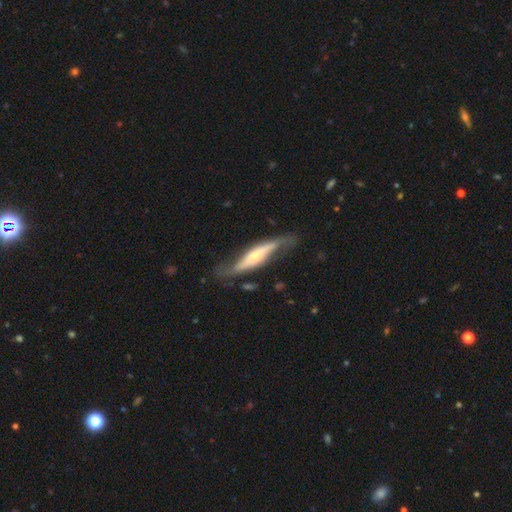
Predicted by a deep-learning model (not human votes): featured or disk 72%, smooth 23%, star or artifact 6%. Down the decision tree: edge-on disk — yes (51%); merging — none (60%).